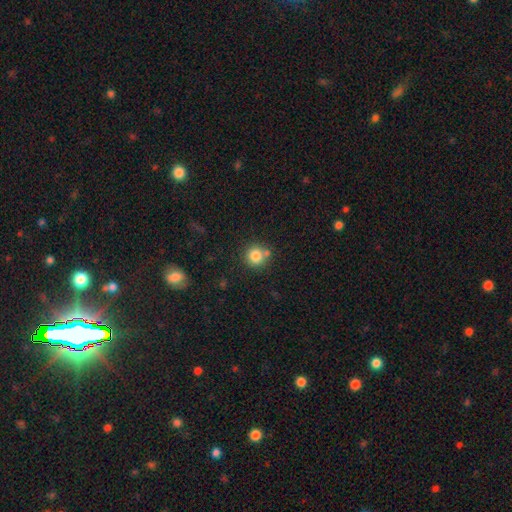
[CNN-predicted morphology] The model was most divided on "merging": none: 71%, merger: 15%, minor disturbance: 10%, major disturbance: 3%. More confident: how rounded — round (93%); smooth or featured — smooth (82%).